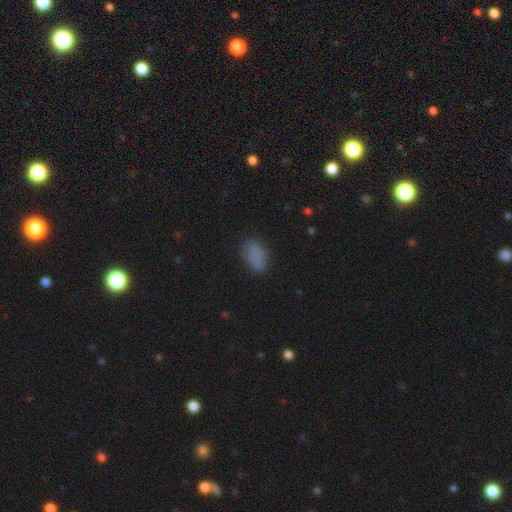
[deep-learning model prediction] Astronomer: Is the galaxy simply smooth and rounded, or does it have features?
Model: smooth — 83%.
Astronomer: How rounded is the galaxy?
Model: in between — 89%.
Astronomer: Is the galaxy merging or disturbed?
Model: none — 78%.